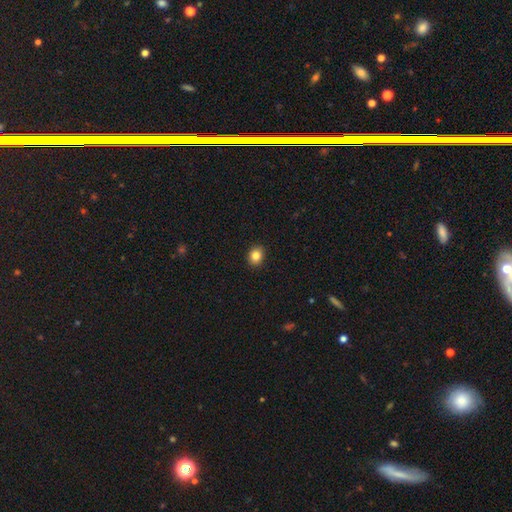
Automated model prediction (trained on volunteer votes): Q: Smooth or featured?
A: smooth (85%); runner-up: star or artifact (10%)
Q: How rounded?
A: round (58%); runner-up: in between (42%)
Q: Merging?
A: none (91%); runner-up: minor disturbance (6%)